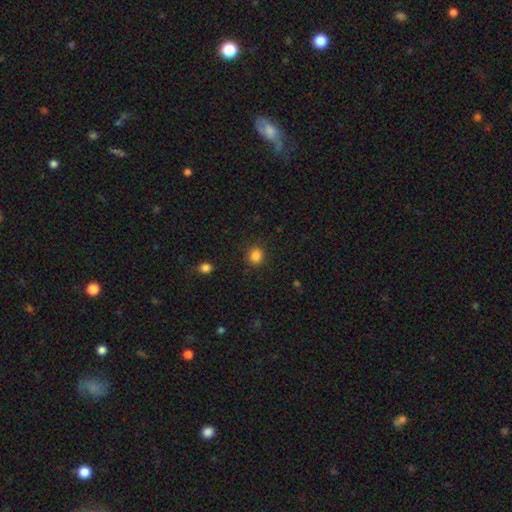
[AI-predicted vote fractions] smooth-or-featured: smooth: 85% | star or artifact: 11% | featured or disk: 4%
  how-rounded: round: 87% | in between: 12% | cigar-shaped: 1%
  merging: none: 88% | minor disturbance: 8% | major disturbance: 3% | merger: 1%